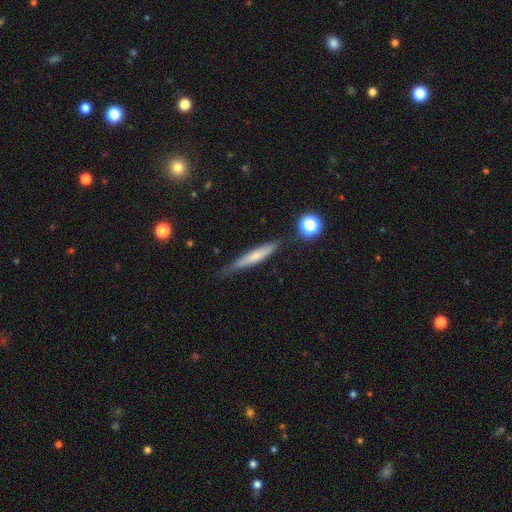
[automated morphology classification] smooth-or-featured: smooth: 62% | featured or disk: 31% | star or artifact: 8%
  how-rounded: cigar-shaped: 91% | in between: 7% | round: 2%
  merging: none: 75% | minor disturbance: 19% | major disturbance: 4% | merger: 3%